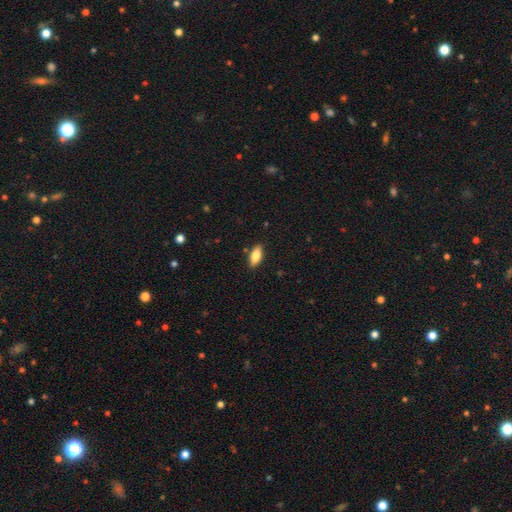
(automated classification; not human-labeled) Morphology: type=smooth (79%); roundness=in between (80%); merging=none (87%).